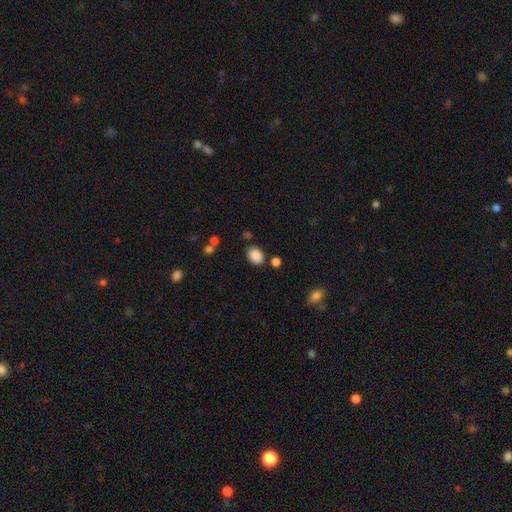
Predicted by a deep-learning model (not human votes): smooth 87%, star or artifact 9%, featured or disk 4%. Down the decision tree: how rounded — in between (72%); merging — none (80%).